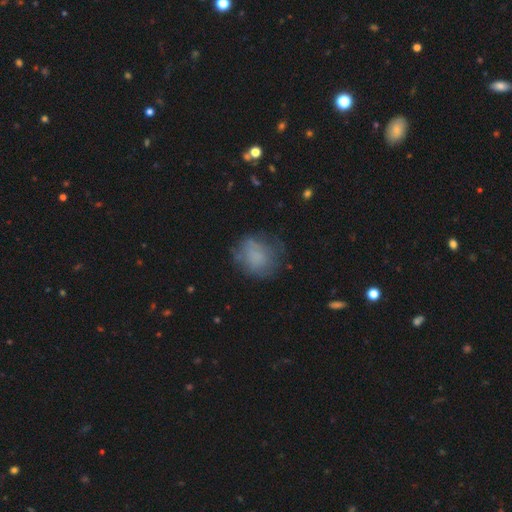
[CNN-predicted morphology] A smooth galaxy with no disk features (68%) that is round (67%). Merging: none (57%).